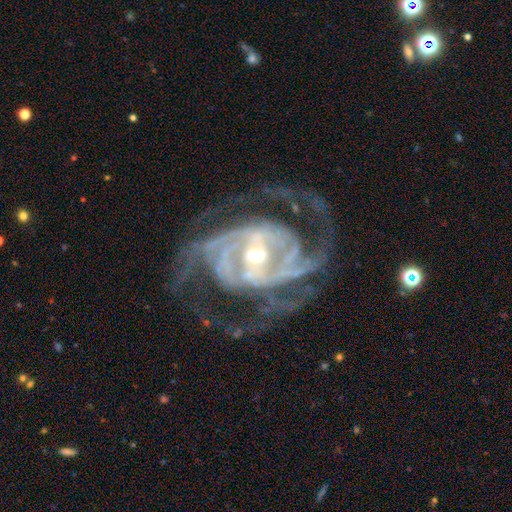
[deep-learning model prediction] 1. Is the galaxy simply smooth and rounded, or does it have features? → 93% featured or disk, 5% star or artifact, 3% smooth.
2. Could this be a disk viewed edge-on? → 97% no, 3% yes.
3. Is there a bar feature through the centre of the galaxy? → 39% strong, 37% weak, 24% no.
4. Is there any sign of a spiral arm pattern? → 98% yes, 2% no.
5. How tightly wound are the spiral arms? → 46% medium, 45% tight, 10% loose.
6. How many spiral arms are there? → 36% 2, 28% 3, 12% 4, 12% can't tell, 6% more than 4, 6% 1.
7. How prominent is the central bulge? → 49% moderate, 45% small, 4% large, 1% none, 1% dominant.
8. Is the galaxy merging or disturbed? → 67% none, 16% major disturbance, 15% minor disturbance, 2% merger.